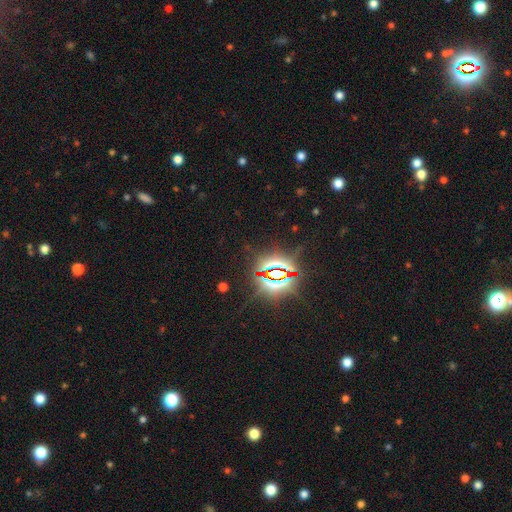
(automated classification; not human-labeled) Smooth or featured? Predicted: star or artifact (p=0.83).